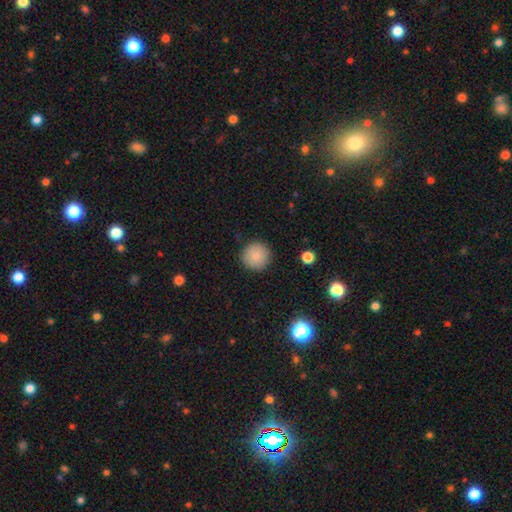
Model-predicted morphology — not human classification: This appears to be a smooth galaxy with no disk features (84%) that is round (96%). Merging: none (90%).